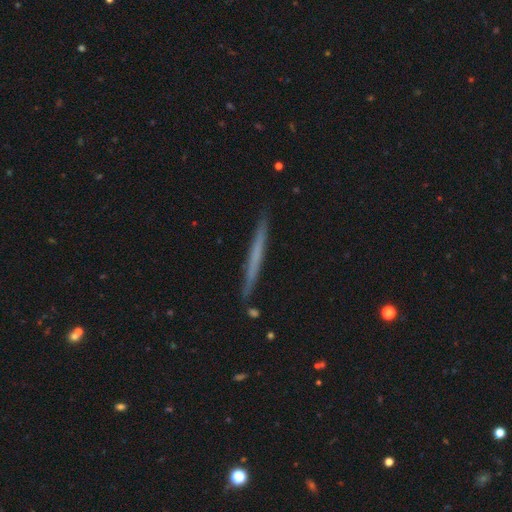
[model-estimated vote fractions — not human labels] Smooth or featured? Predicted: featured or disk (p=0.48). Merging? Predicted: none (p=0.90).